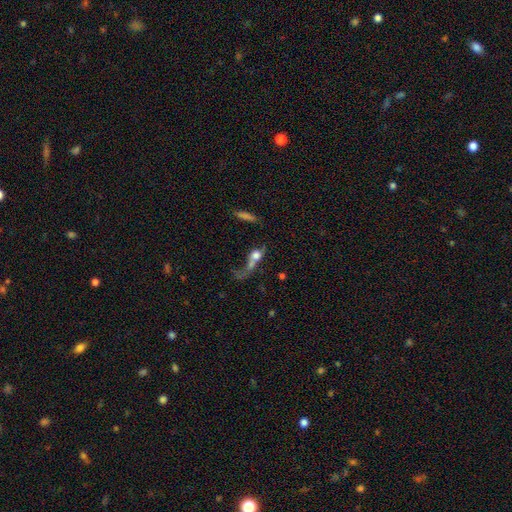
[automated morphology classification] Smooth or featured: smooth — 55% (featured or disk — 34%)
How rounded: in between — 45% (round — 36%)
Merging: merger — 38% (major disturbance — 35%)